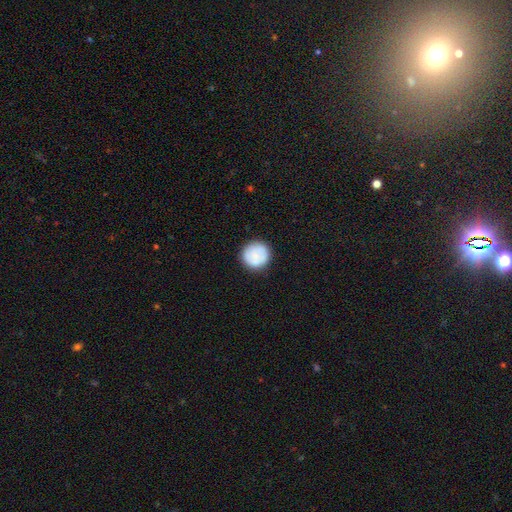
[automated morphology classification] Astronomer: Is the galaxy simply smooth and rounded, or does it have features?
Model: smooth — 79%.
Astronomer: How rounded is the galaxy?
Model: round — 94%.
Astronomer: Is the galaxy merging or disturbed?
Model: none — 87%.